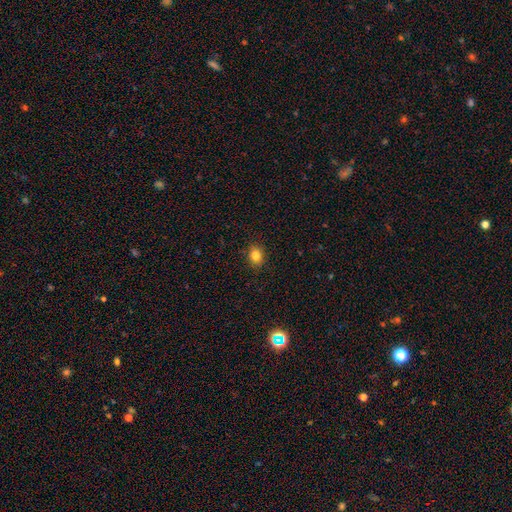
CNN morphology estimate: This is clearly a smooth galaxy (83%). How rounded: possibly round (55%). Merging: clearly none (89%).